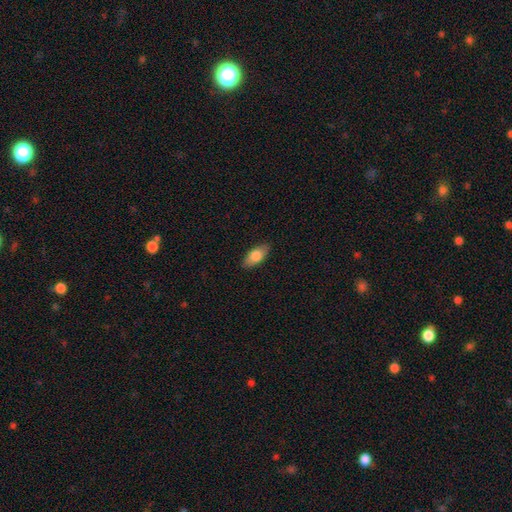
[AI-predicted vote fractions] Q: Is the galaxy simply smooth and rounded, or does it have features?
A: smooth — 78%.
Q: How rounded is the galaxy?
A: in between — 86%.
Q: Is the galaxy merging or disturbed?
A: none — 86%.